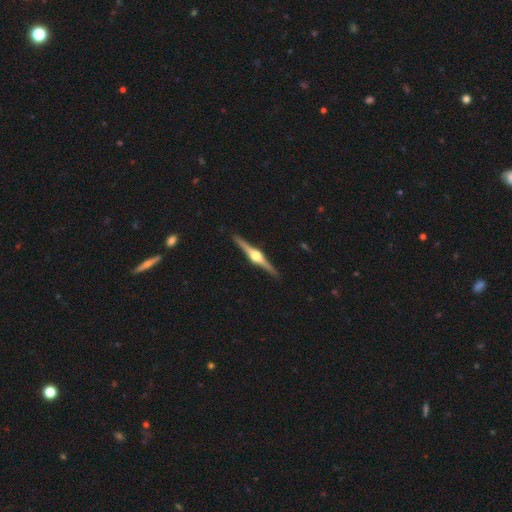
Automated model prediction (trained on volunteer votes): smooth_or_featured: featured or disk (p=0.86) [alt: smooth p=0.09]
disk_edge_on: yes (p=0.99) [alt: no p=0.01]
edge_on_bulge: rounded (p=0.96) [alt: boxy p=0.03]
merging: none (p=0.92) [alt: minor disturbance p=0.06]